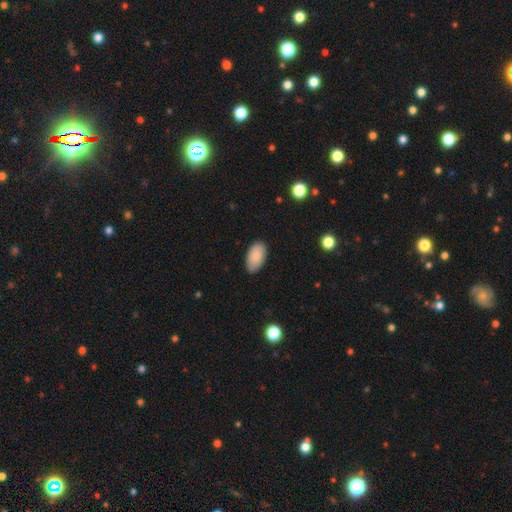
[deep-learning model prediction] smooth 89%, star or artifact 6%, featured or disk 4%. Down the decision tree: how rounded — in between (95%); merging — none (85%).